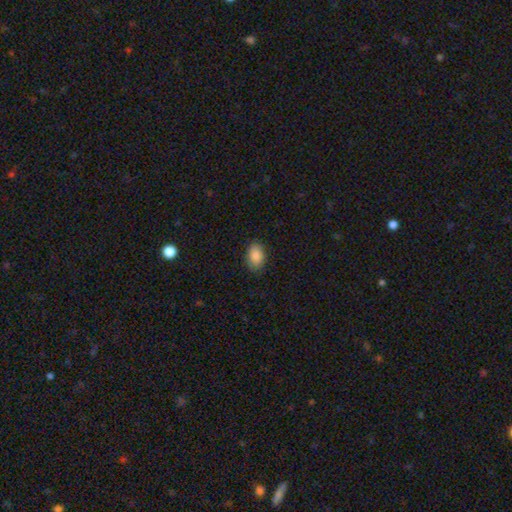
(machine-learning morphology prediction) smooth_or_featured: smooth (p=0.89) [alt: star or artifact p=0.07]
how_rounded: in between (p=0.88) [alt: round p=0.11]
merging: none (p=0.86) [alt: minor disturbance p=0.11]